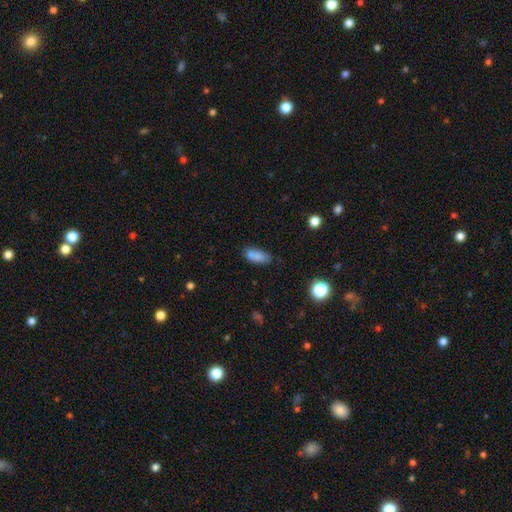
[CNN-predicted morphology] smooth 81%, featured or disk 10%, star or artifact 9%. Down the decision tree: how rounded — in between (79%); merging — none (65%).